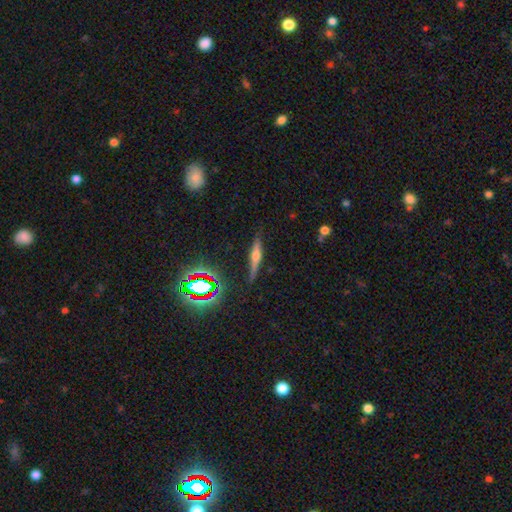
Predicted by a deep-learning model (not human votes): Morphology: type=featured or disk (57%); edge-on=yes (95%); edge-on bulge=rounded (84%); merging=none (84%).